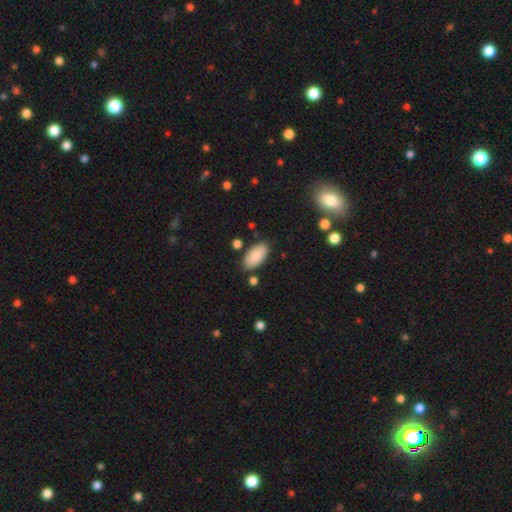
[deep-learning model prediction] smooth_or_featured: smooth (p=0.88) [alt: star or artifact p=0.07]
how_rounded: in between (p=0.93) [alt: cigar-shaped p=0.05]
merging: none (p=0.84) [alt: minor disturbance p=0.10]